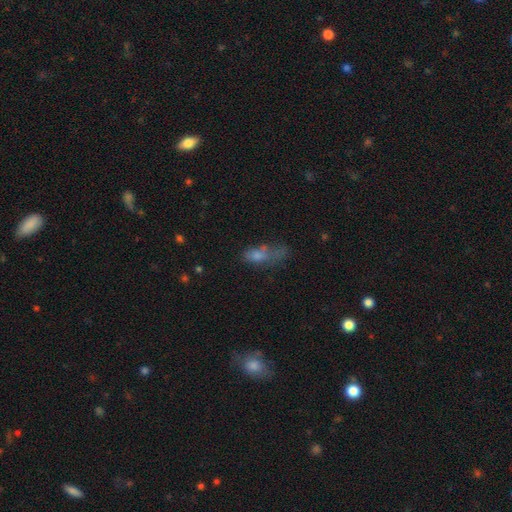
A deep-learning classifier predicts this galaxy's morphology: Q: Smooth or featured?
A: smooth (63%); runner-up: featured or disk (21%)
Q: How rounded?
A: in between (65%); runner-up: cigar-shaped (28%)
Q: Merging?
A: major disturbance (33%); runner-up: none (28%)